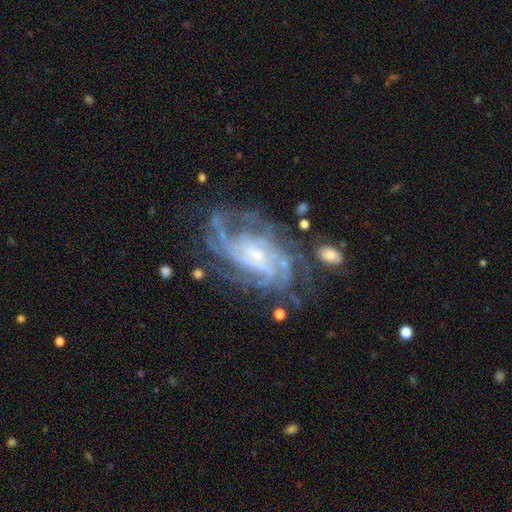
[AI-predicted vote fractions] smooth_or_featured: featured or disk (p=0.87) [alt: star or artifact p=0.07]
disk_edge_on: no (p=0.96) [alt: yes p=0.04]
bar: no (p=0.50) [alt: weak p=0.39]
has_spiral_arms: yes (p=0.95) [alt: no p=0.05]
spiral_winding: tight (p=0.54) [alt: medium p=0.35]
spiral_arm_count: can't tell (p=0.31) [alt: 4 p=0.24]
bulge_size: small (p=0.64) [alt: moderate p=0.24]
merging: none (p=0.63) [alt: minor disturbance p=0.19]